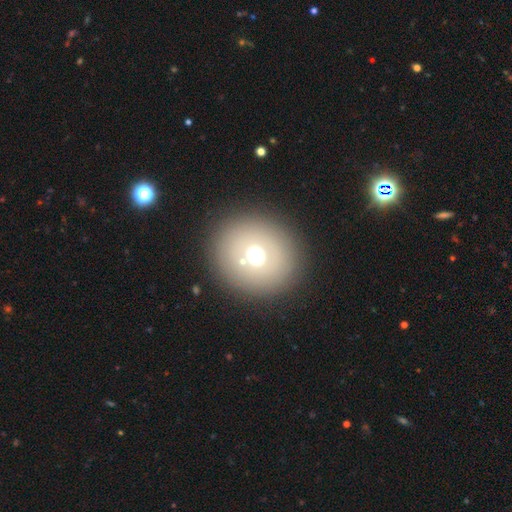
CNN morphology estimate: type=smooth (61%); roundness=round (88%); merging=none (87%).